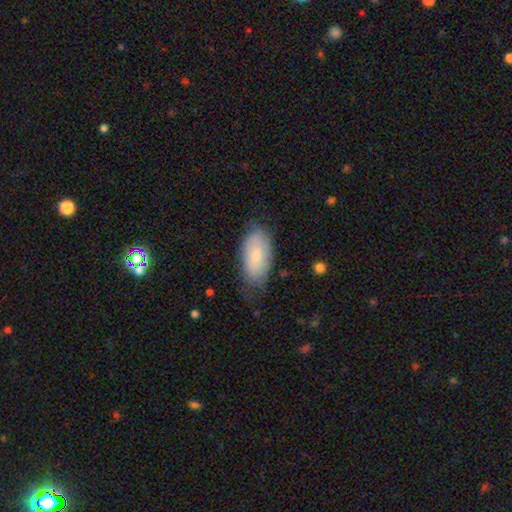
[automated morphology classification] smooth_or_featured: smooth (p=0.74) [alt: featured or disk p=0.20]
how_rounded: in between (p=0.92) [alt: cigar-shaped p=0.05]
merging: none (p=0.68) [alt: minor disturbance p=0.26]